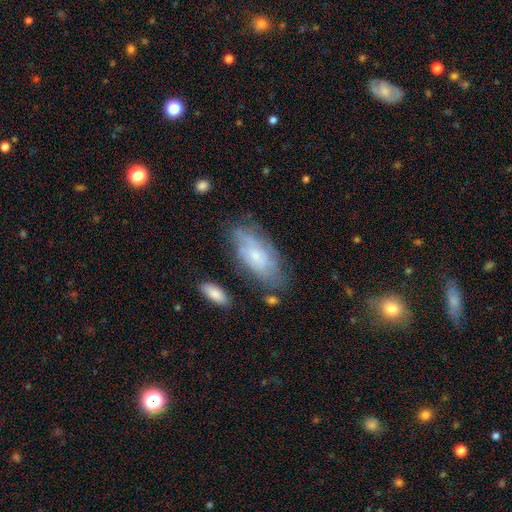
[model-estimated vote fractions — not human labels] Smooth or featured: featured or disk — 52% (smooth — 40%)
Edge-on disk: no — 88% (yes — 12%)
Merging: none — 64% (minor disturbance — 24%)